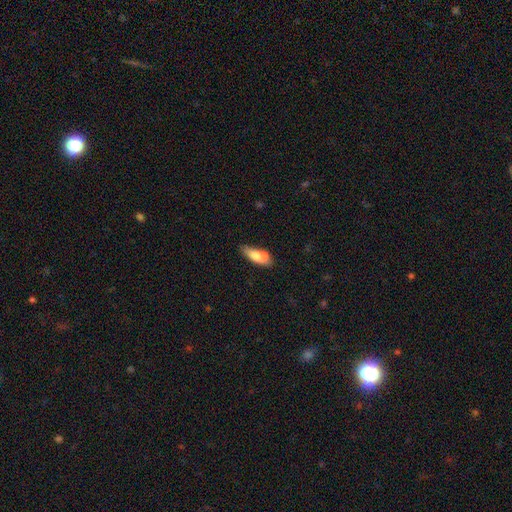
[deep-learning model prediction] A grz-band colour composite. It shows a smooth galaxy with no disk features (70%) that is in between round and cigar-shaped (63%). Merging: merger (40%).